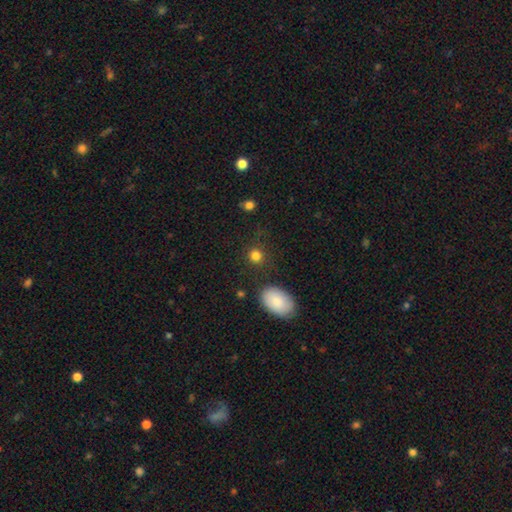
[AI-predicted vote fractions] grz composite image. It shows a smooth galaxy with no disk features (83%) that is round (83%). Merging: none (83%).